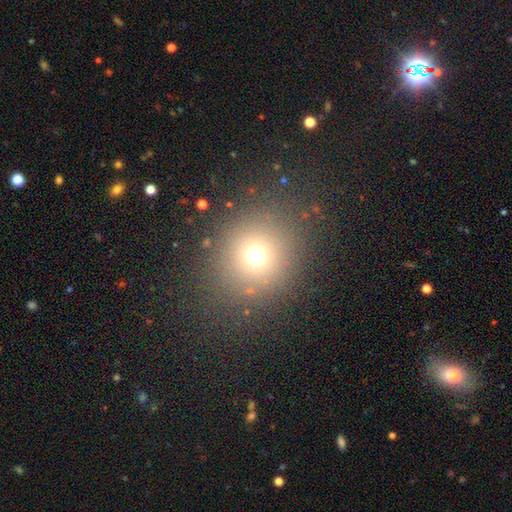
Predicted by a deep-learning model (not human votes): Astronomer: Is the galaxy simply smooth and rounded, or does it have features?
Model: smooth — 67%.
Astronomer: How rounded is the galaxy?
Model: round — 90%.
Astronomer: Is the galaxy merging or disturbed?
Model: none — 84%.